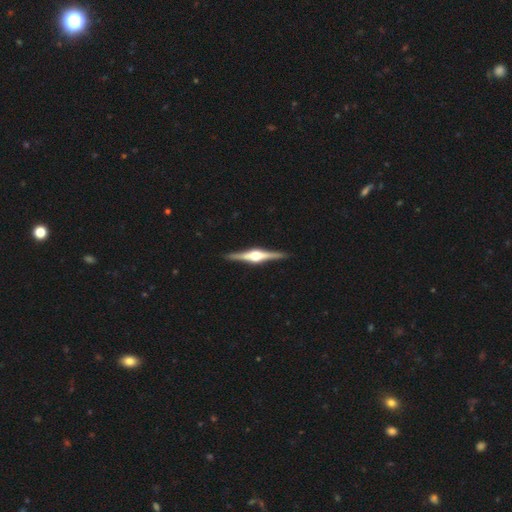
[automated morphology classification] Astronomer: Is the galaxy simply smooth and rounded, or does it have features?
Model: featured or disk — 87%.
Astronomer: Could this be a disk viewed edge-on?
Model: yes — 99%.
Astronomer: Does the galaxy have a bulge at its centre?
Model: rounded — 93%.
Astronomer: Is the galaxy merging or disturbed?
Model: none — 92%.